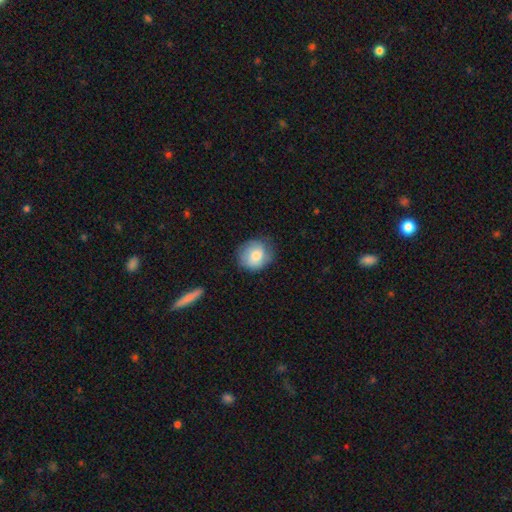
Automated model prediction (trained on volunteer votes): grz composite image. It shows a smooth galaxy with no disk features (75%) that is round (77%). Merging: none (73%).